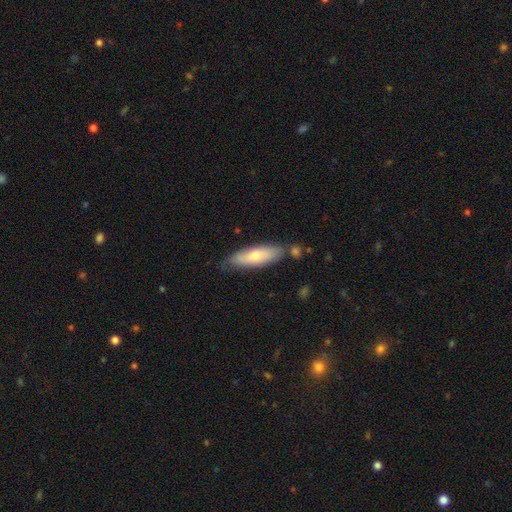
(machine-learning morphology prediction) Q: Smooth or featured?
A: smooth (66%); runner-up: featured or disk (28%)
Q: How rounded?
A: cigar-shaped (55%); runner-up: in between (44%)
Q: Merging?
A: none (73%); runner-up: minor disturbance (17%)